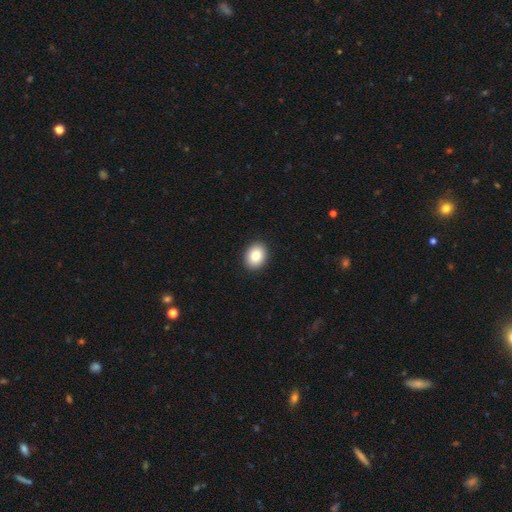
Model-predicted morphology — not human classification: This appears to be a smooth galaxy with no disk features (85%) that is in between round and cigar-shaped (65%). Merging: none (91%).